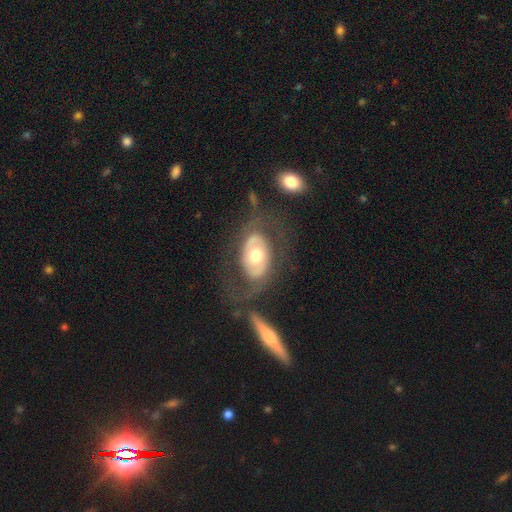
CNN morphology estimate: The model was most divided on "spiral arms": no: 60%, yes: 40%. More confident: edge-on disk — no (93%); bar — no (76%); bulge size — moderate (66%); merging — none (64%); smooth or featured — featured or disk (62%).